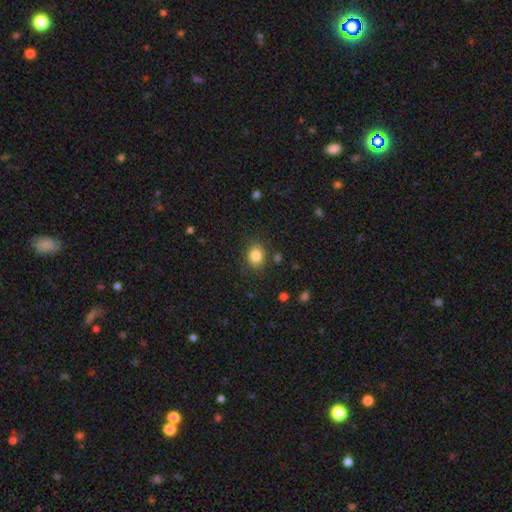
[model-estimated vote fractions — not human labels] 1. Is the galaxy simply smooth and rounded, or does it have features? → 84% smooth, 10% star or artifact, 6% featured or disk.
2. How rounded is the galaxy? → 53% round, 46% in between, 1% cigar-shaped.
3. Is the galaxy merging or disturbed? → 83% none, 12% minor disturbance, 3% major disturbance, 2% merger.